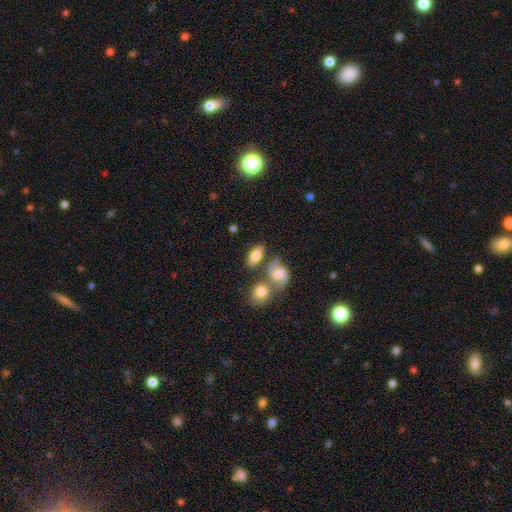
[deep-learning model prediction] Morphology: type=smooth (70%); roundness=in between (85%); merging=none (56%).